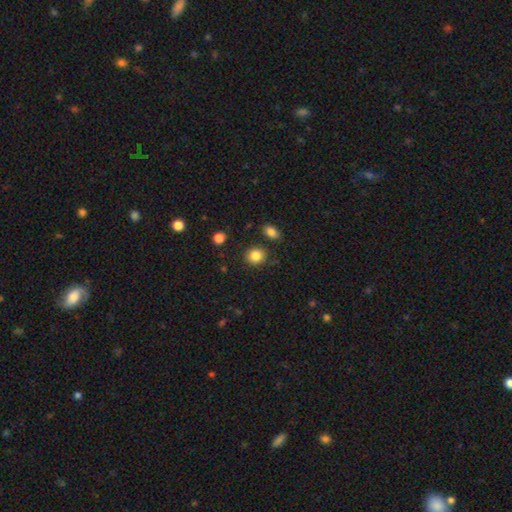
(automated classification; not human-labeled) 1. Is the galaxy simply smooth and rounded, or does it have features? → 85% smooth, 10% star or artifact, 5% featured or disk.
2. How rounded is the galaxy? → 79% round, 20% in between, 1% cigar-shaped.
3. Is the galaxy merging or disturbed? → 83% none, 10% minor disturbance, 4% merger, 3% major disturbance.